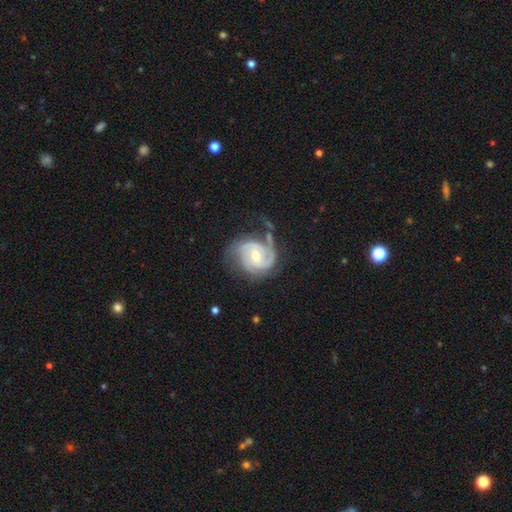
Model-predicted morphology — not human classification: This appears to be a featured or disk galaxy (88%) with no bar (46%), 2 (55%) tight (50%) spiral arms (97%) and a moderate central bulge (57%). Merging: none (54%).